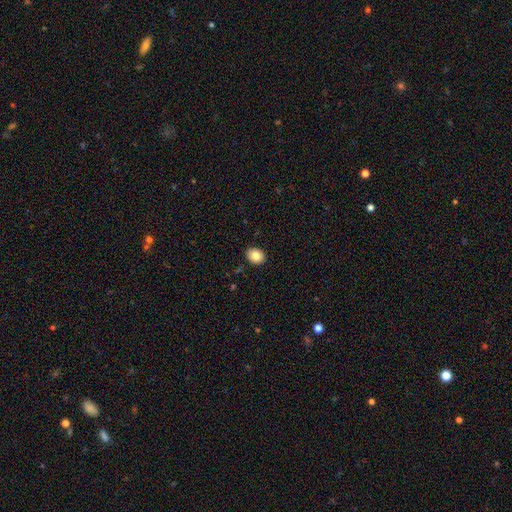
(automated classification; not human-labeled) Morphology: type=smooth (84%); roundness=in between (50%); merging=none (90%).